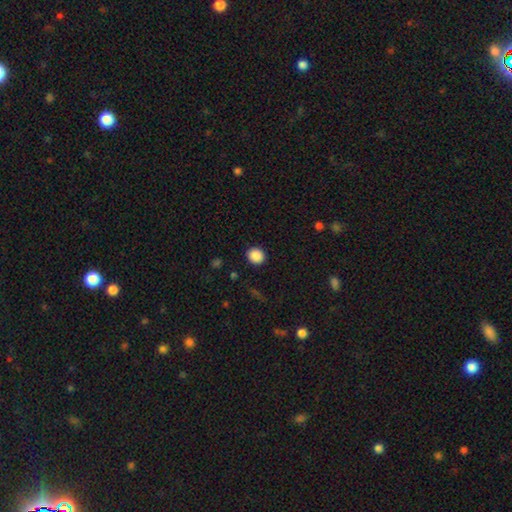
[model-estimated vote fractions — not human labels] Smooth or featured? Predicted: smooth (p=0.88). How rounded? Predicted: round (p=0.81). Merging? Predicted: none (p=0.91).